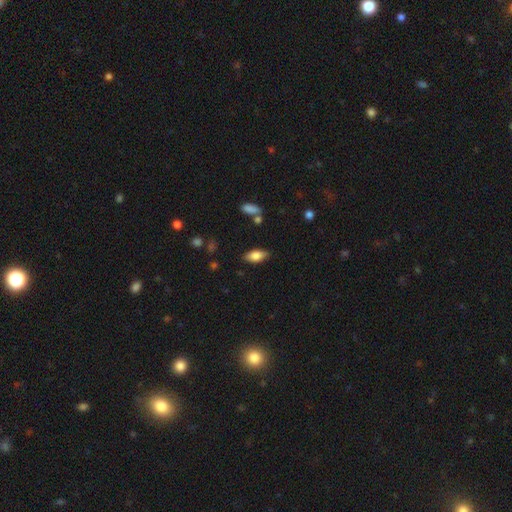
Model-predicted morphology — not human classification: Smooth or featured? Predicted: smooth (p=0.77). How rounded? Predicted: in between (p=0.86). Merging? Predicted: none (p=0.84).